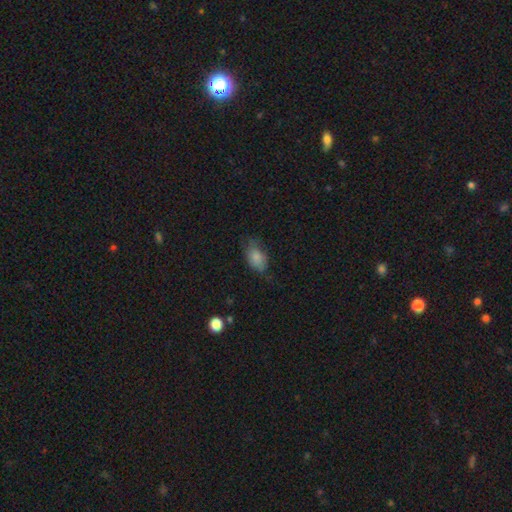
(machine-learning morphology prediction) Overall: smooth (79%). How rounded: in between (87%). Merging: none (62%; minor disturbance 28%).